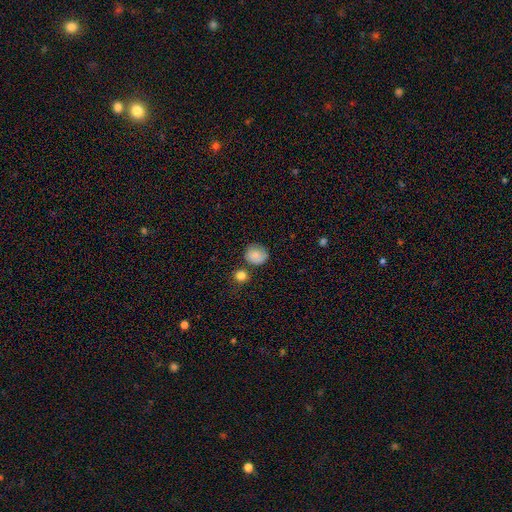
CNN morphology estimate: Smooth or featured? Predicted: smooth (p=0.85). How rounded? Predicted: round (p=0.75). Merging? Predicted: none (p=0.68).